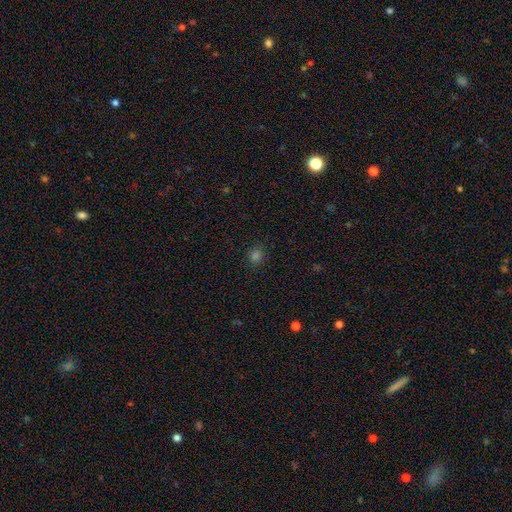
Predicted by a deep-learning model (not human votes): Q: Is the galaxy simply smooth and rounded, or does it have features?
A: smooth — 75%.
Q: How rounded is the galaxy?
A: round — 80%.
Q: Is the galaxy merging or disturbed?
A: none — 88%.